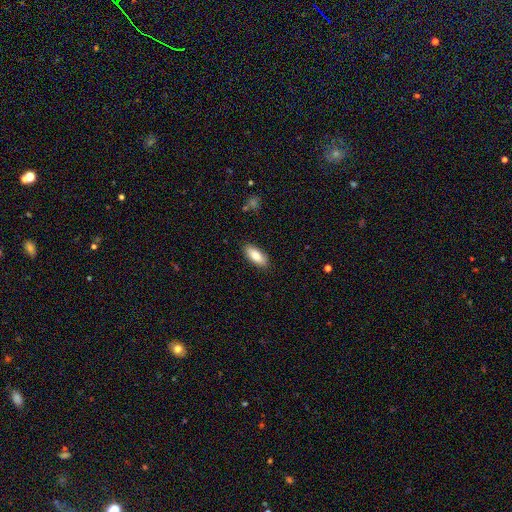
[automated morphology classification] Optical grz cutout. It shows a smooth galaxy with no disk features (84%) that is in between round and cigar-shaped (82%). Merging: none (88%).